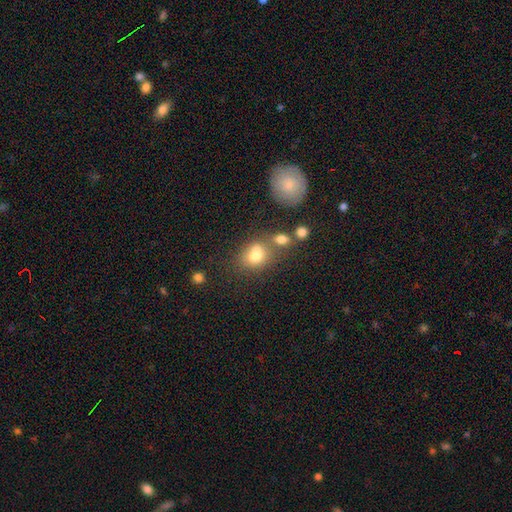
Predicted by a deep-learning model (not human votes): Q: Smooth or featured?
A: smooth (74%); runner-up: featured or disk (14%)
Q: How rounded?
A: in between (50%); runner-up: round (49%)
Q: Merging?
A: none (45%); runner-up: merger (33%)